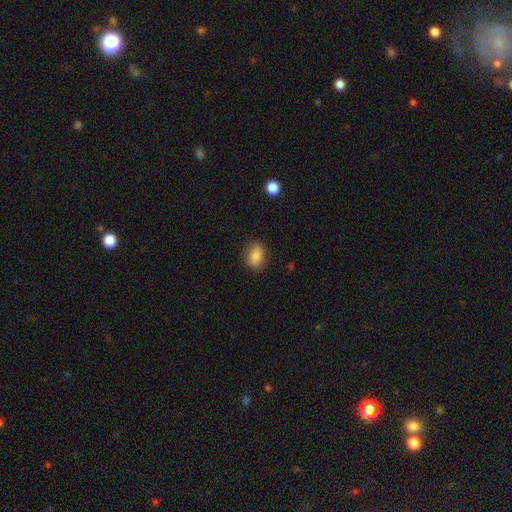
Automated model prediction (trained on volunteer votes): smooth_or_featured: smooth (p=0.84) [alt: star or artifact p=0.08]
how_rounded: in between (p=0.77) [alt: round p=0.21]
merging: none (p=0.85) [alt: minor disturbance p=0.11]